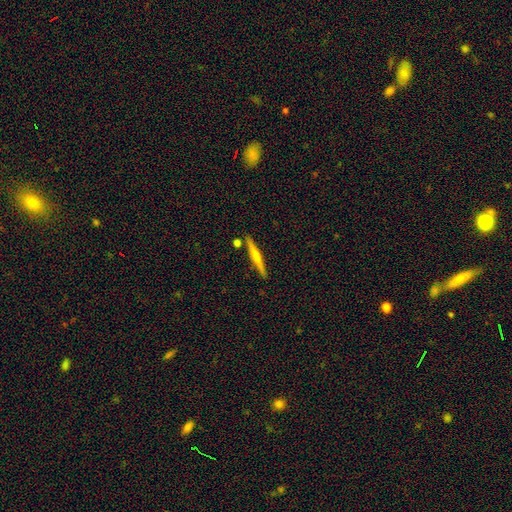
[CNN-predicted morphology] The model was most divided on "smooth or featured": featured or disk: 54%, smooth: 40%, star or artifact: 6%. More confident: edge-on disk — yes (98%); merging — none (87%); edge-on bulge — rounded (66%).